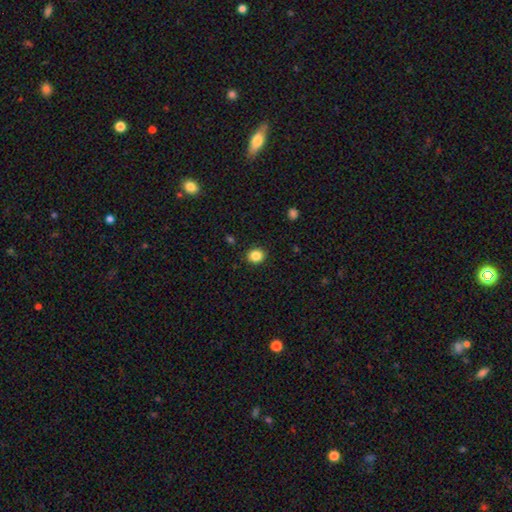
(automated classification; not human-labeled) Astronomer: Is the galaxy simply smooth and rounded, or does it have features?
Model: smooth — 86%.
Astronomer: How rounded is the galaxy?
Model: round — 71%.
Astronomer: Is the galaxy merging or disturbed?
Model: none — 90%.